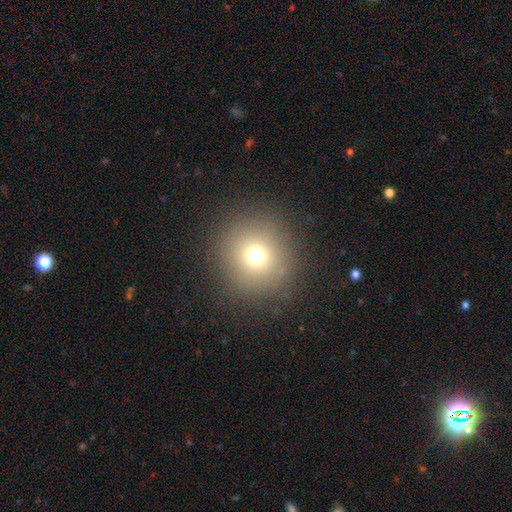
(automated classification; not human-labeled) Smooth or featured? Predicted: smooth (p=0.70). How rounded? Predicted: round (p=0.94). Merging? Predicted: none (p=0.87).